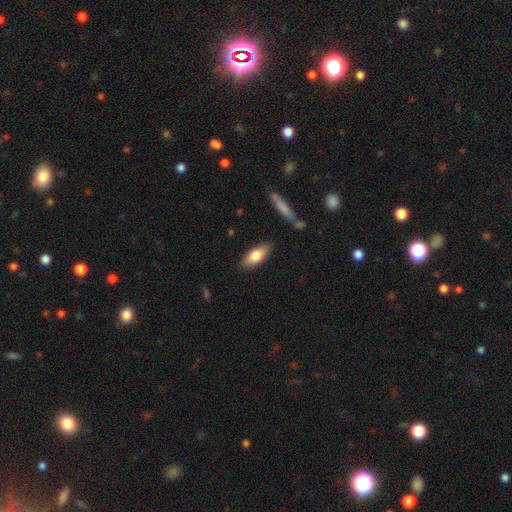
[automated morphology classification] Q: Smooth or featured?
A: smooth (74%); runner-up: featured or disk (20%)
Q: How rounded?
A: in between (78%); runner-up: cigar-shaped (20%)
Q: Merging?
A: none (85%); runner-up: minor disturbance (11%)